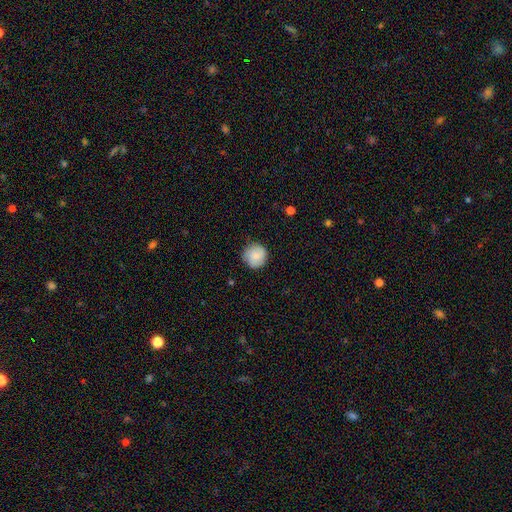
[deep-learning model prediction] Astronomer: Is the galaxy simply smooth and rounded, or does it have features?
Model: smooth — 82%.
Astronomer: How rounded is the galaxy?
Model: round — 94%.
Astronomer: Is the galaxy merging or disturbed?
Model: none — 86%.